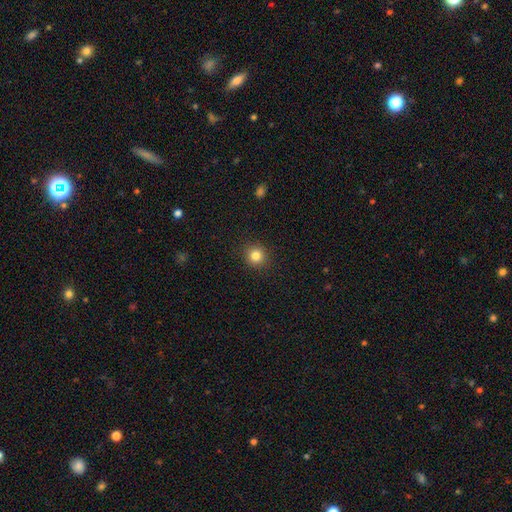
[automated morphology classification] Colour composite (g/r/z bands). It shows a smooth galaxy with no disk features (83%) that is round (92%). Merging: none (91%).